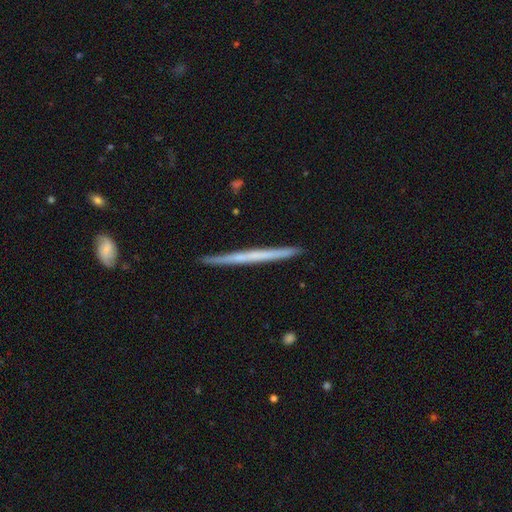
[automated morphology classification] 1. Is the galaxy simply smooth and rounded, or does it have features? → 55% featured or disk, 39% smooth, 5% star or artifact.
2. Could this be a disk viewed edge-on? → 98% yes, 2% no.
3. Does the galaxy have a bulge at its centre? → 88% none, 9% rounded, 4% boxy.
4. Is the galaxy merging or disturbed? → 91% none, 7% minor disturbance, 1% major disturbance, 1% merger.